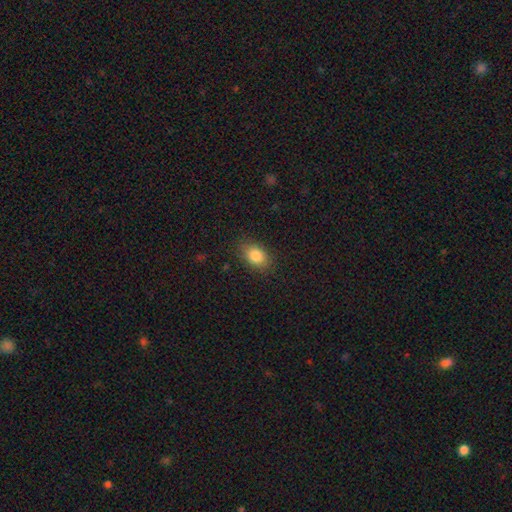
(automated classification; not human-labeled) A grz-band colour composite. It shows a smooth galaxy with no disk features (84%) that is in between round and cigar-shaped (80%). Merging: none (83%).